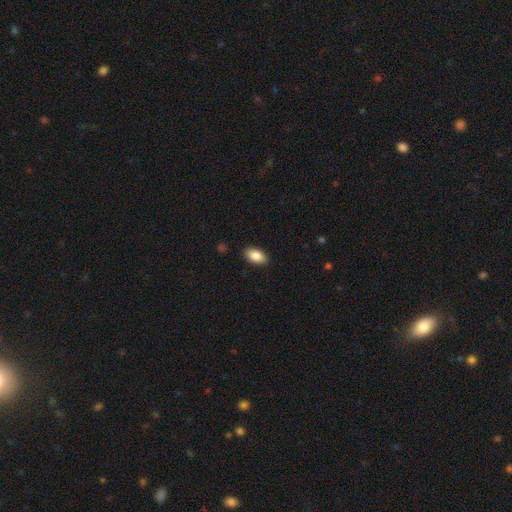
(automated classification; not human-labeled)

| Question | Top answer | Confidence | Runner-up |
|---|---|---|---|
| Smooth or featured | smooth | 87% | star or artifact (7%) |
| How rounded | in between | 92% | round (6%) |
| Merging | none | 88% | minor disturbance (9%) |